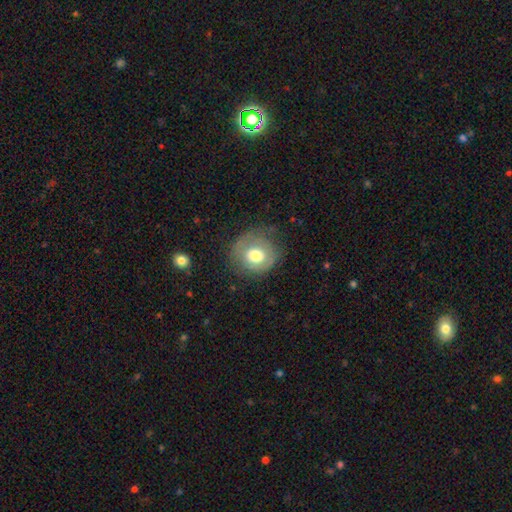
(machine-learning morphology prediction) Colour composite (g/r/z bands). It shows a smooth galaxy with no disk features (60%) that is round (83%). Merging: none (66%).